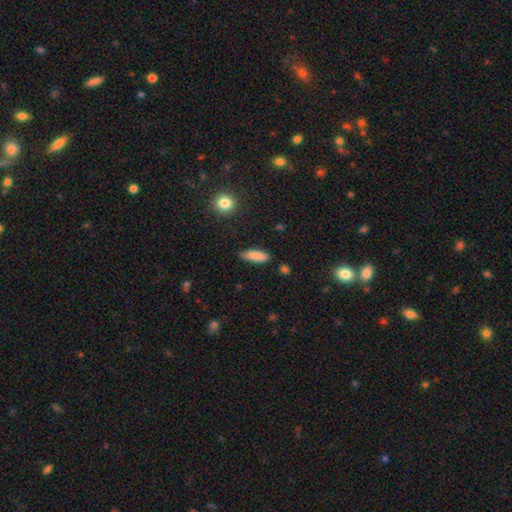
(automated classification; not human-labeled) Smooth or featured: smooth — 86% (featured or disk — 8%)
How rounded: in between — 55% (cigar-shaped — 43%)
Merging: none — 82% (minor disturbance — 13%)